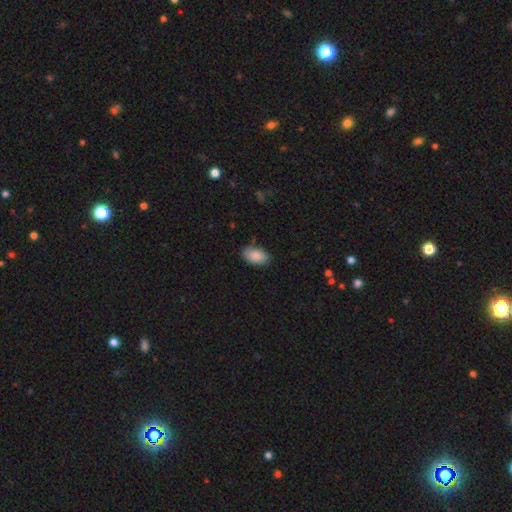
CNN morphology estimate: A smooth galaxy with no disk features (87%) that is in between round and cigar-shaped (92%).

Vote fractions:
- Smooth or featured? smooth: 87% / star or artifact: 7% / featured or disk: 6%
- How rounded? in between: 92% / round: 7% / cigar-shaped: 1%
- Merging? none: 78% / minor disturbance: 17% / major disturbance: 3% / merger: 2%